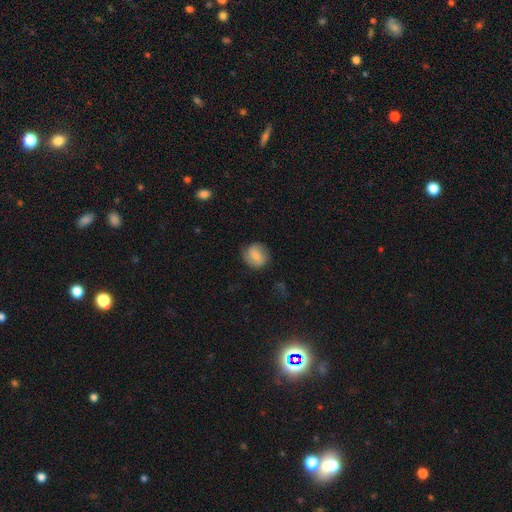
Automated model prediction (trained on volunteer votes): smooth-or-featured: smooth: 73% | featured or disk: 19% | star or artifact: 8%
  how-rounded: round: 80% | in between: 19% | cigar-shaped: 1%
  merging: none: 80% | minor disturbance: 14% | major disturbance: 4% | merger: 1%